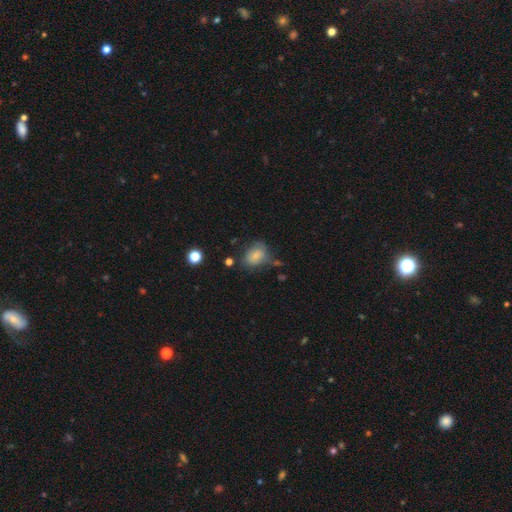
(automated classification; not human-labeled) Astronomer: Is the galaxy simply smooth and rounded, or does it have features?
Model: smooth — 73%.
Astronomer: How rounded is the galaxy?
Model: in between — 64%.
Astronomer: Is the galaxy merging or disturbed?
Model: none — 50% (runner-up: minor disturbance, 29%).